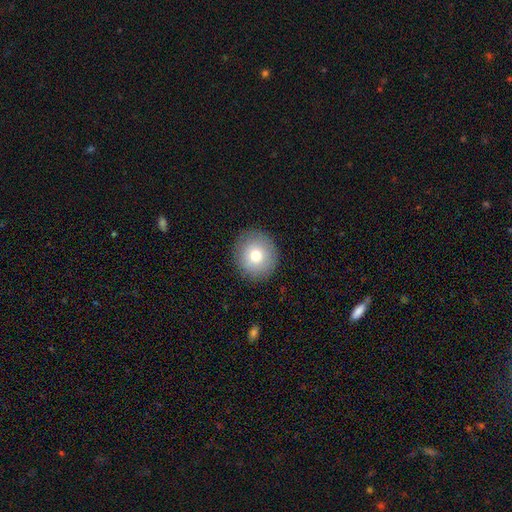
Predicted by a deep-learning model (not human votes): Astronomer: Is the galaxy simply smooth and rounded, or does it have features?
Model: smooth — 76%.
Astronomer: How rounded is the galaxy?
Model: round — 90%.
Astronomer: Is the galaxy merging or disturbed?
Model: none — 89%.